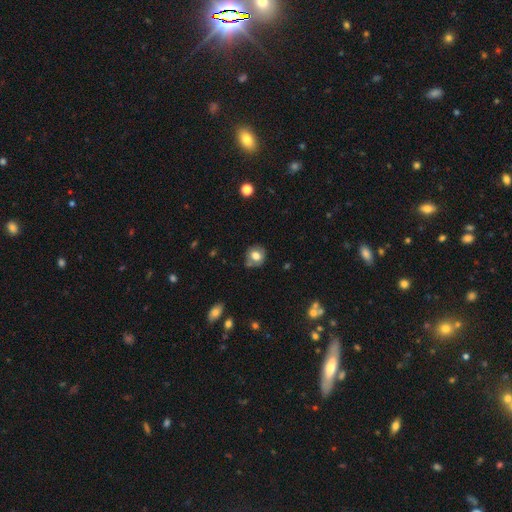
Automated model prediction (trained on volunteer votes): A smooth galaxy with no disk features (71%) that is round (77%).

Vote fractions:
- Smooth or featured? smooth: 71% / featured or disk: 19% / star or artifact: 10%
- How rounded? round: 77% / in between: 22% / cigar-shaped: 1%
- Merging? none: 71% / minor disturbance: 19% / major disturbance: 5% / merger: 5%